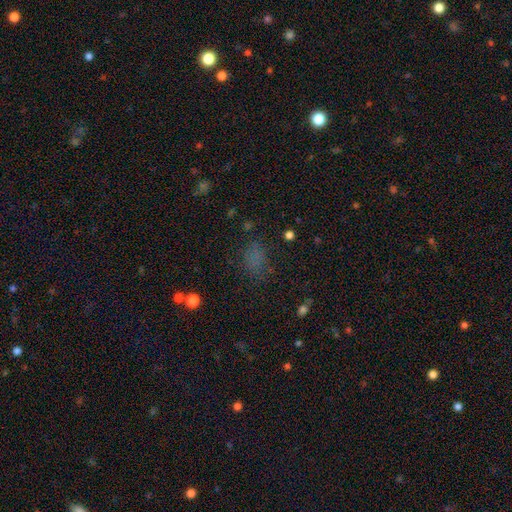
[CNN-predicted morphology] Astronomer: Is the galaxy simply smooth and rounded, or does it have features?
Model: smooth — 64%.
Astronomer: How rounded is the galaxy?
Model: in between — 70%.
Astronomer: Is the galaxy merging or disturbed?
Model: none — 68%.